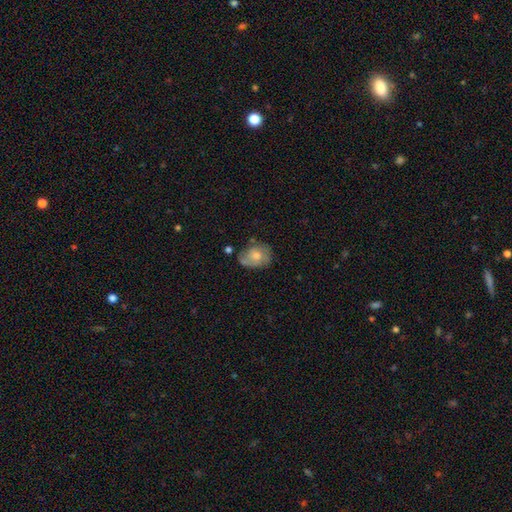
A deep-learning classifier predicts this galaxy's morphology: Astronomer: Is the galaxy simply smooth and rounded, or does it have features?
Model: featured or disk — 51% (runner-up: smooth, 38%).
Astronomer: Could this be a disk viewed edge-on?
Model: no — 95%.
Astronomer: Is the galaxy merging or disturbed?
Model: none — 62%.